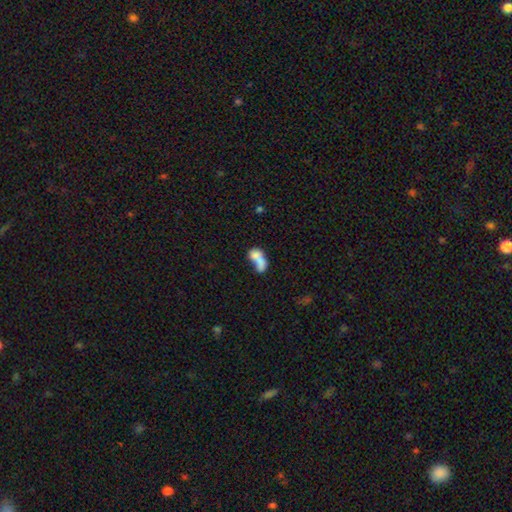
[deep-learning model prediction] Q: Smooth or featured?
A: smooth (68%); runner-up: featured or disk (22%)
Q: How rounded?
A: in between (74%); runner-up: round (20%)
Q: Merging?
A: merger (68%); runner-up: none (15%)